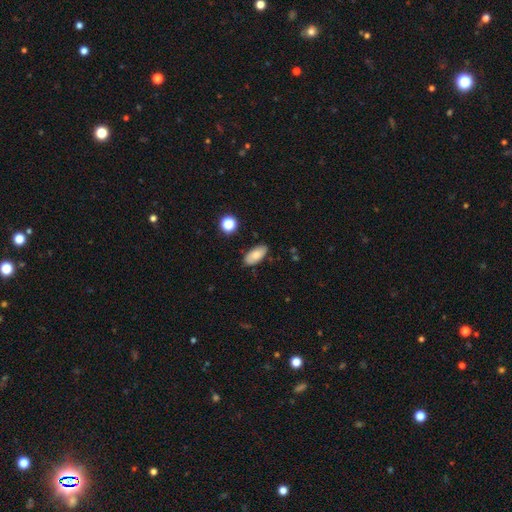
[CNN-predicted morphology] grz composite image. It shows a smooth galaxy with no disk features (80%) that is in between round and cigar-shaped (90%). Merging: none (84%).